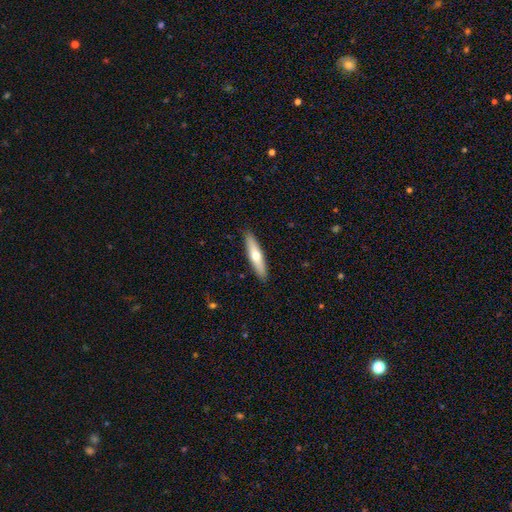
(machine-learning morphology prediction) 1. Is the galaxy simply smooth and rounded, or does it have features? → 58% smooth, 37% featured or disk, 5% star or artifact.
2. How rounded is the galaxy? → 82% cigar-shaped, 16% in between, 2% round.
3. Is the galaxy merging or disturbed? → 90% none, 7% minor disturbance, 1% major disturbance, 1% merger.